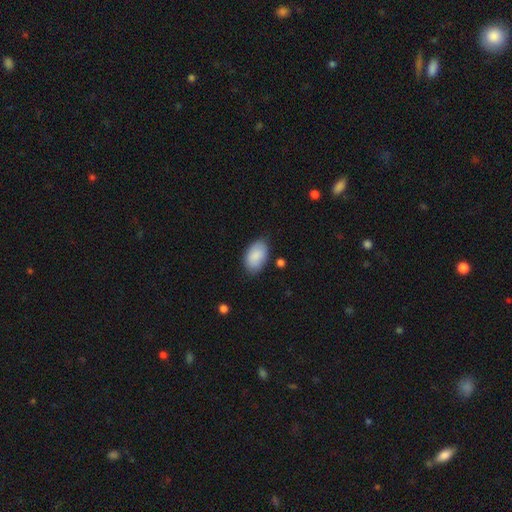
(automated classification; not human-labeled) Q: Smooth or featured?
A: smooth (87%); runner-up: featured or disk (7%)
Q: How rounded?
A: in between (93%); runner-up: round (6%)
Q: Merging?
A: none (78%); runner-up: minor disturbance (17%)